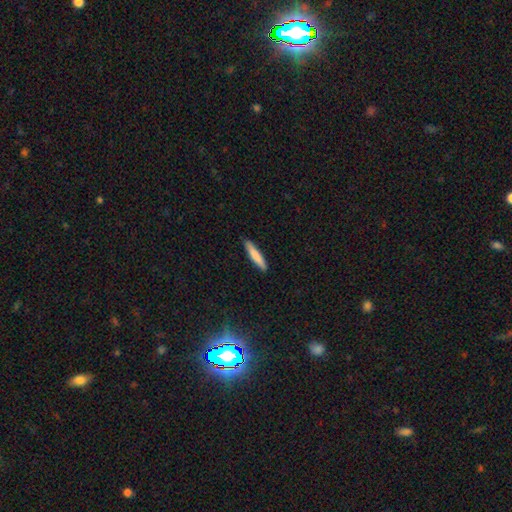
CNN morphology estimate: smooth-or-featured: smooth: 80% | featured or disk: 14% | star or artifact: 6%
  how-rounded: cigar-shaped: 90% | in between: 9% | round: 1%
  merging: none: 90% | minor disturbance: 8% | major disturbance: 1% | merger: 1%